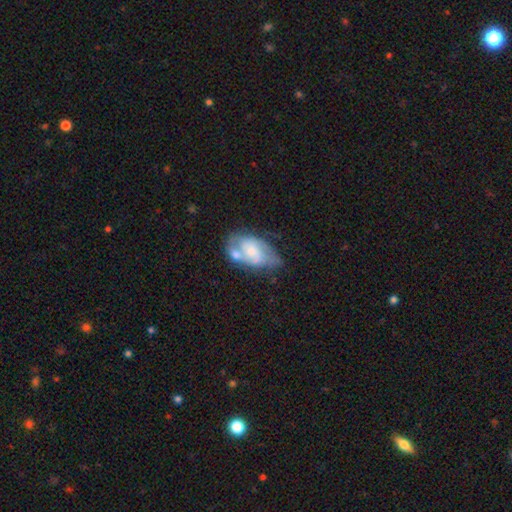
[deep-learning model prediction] Morphology: type=featured or disk (61%); edge-on=no (96%); bar=no (66%); spiral arms=yes (70%); bulge=small (47%); merging=none (33%).